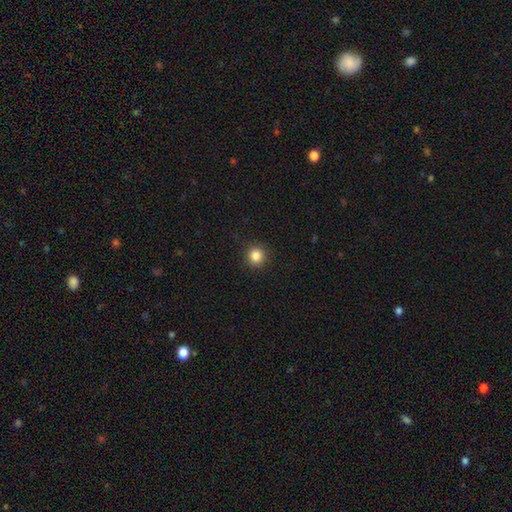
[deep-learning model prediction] smooth-or-featured: smooth: 85% | star or artifact: 11% | featured or disk: 4%
  how-rounded: round: 92% | in between: 7% | cigar-shaped: 1%
  merging: none: 91% | minor disturbance: 6% | major disturbance: 2% | merger: 1%